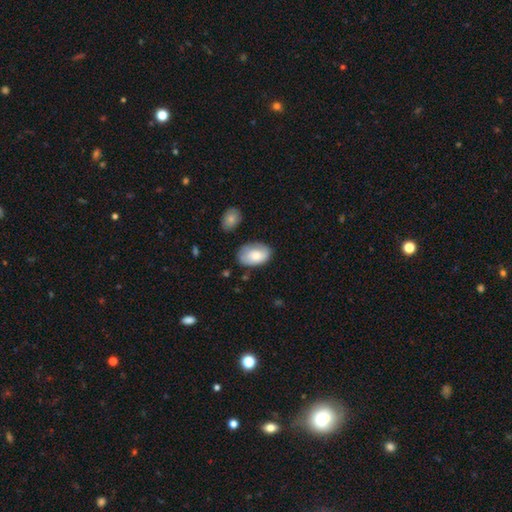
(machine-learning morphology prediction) smooth_or_featured: smooth (p=0.76) [alt: featured or disk p=0.17]
how_rounded: in between (p=0.91) [alt: round p=0.08]
merging: none (p=0.66) [alt: minor disturbance p=0.25]